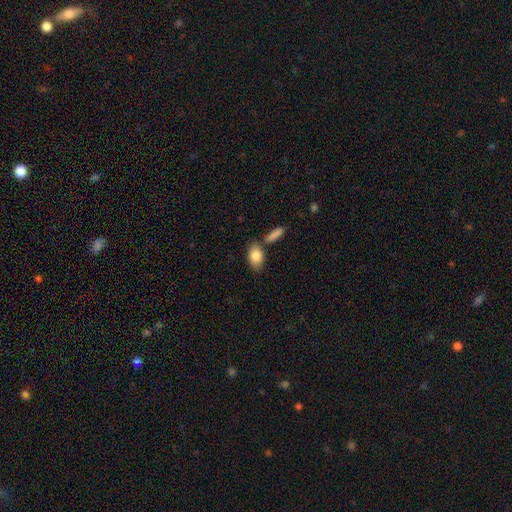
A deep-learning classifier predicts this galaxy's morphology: type=smooth (85%); roundness=in between (89%); merging=none (65%).